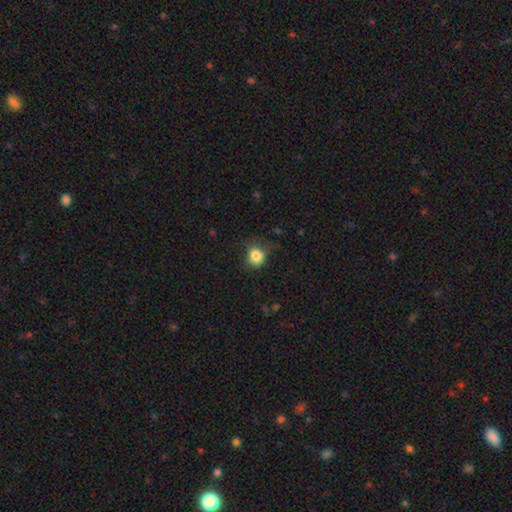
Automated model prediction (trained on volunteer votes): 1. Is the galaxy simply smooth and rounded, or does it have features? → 84% smooth, 11% star or artifact, 6% featured or disk.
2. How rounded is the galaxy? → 77% round, 22% in between, 1% cigar-shaped.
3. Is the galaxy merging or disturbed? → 70% none, 22% minor disturbance, 7% major disturbance, 1% merger.